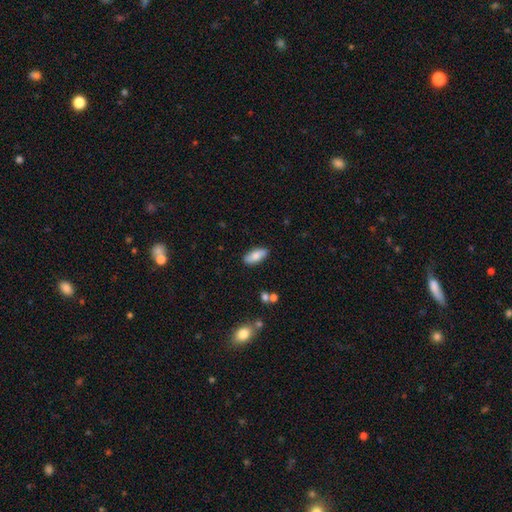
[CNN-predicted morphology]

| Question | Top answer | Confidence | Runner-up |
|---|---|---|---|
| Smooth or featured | smooth | 80% | featured or disk (13%) |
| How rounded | in between | 81% | cigar-shaped (17%) |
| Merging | none | 85% | minor disturbance (11%) |